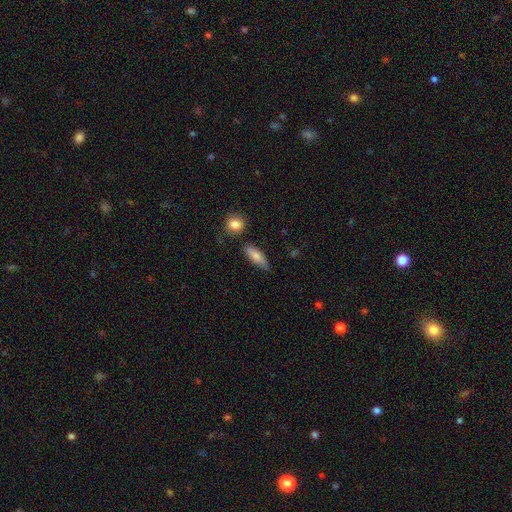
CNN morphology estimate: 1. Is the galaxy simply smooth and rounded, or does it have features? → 82% smooth, 12% featured or disk, 7% star or artifact.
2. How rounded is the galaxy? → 64% in between, 33% cigar-shaped, 3% round.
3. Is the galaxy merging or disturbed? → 69% none, 21% minor disturbance, 5% merger, 4% major disturbance.